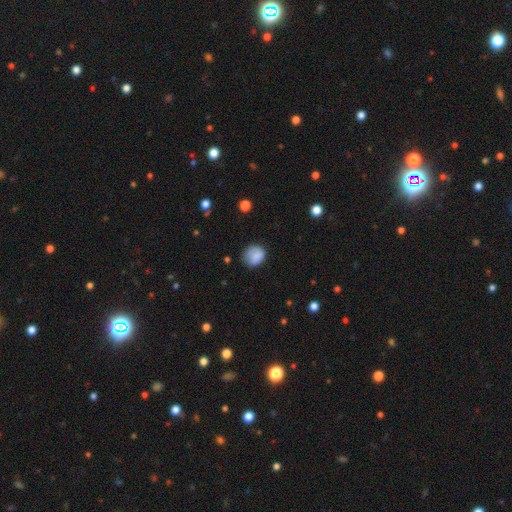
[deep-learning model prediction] smooth_or_featured: smooth (p=0.82) [alt: featured or disk p=0.09]
how_rounded: round (p=0.69) [alt: in between p=0.30]
merging: none (p=0.65) [alt: minor disturbance p=0.25]